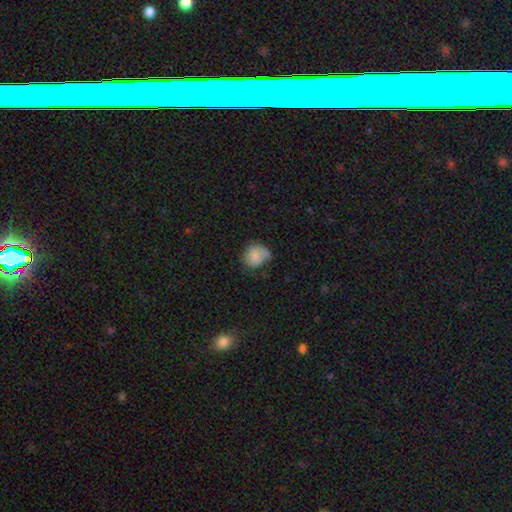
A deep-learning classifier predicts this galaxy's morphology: Smooth or featured? smooth (81%)
How rounded? round (69%)
Merging? none (49%)